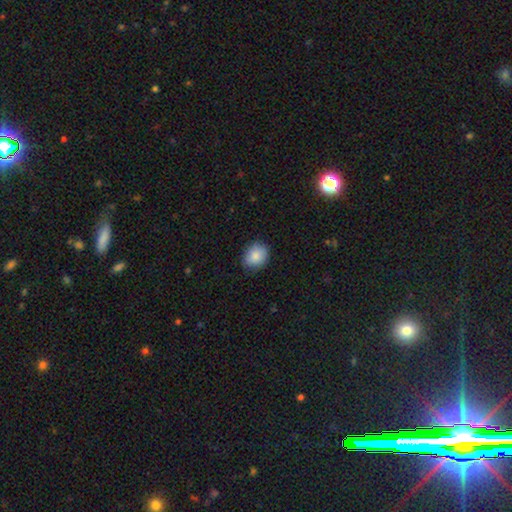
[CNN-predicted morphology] Smooth or featured? smooth (86%)
How rounded? in between (52%)
Merging? none (81%)